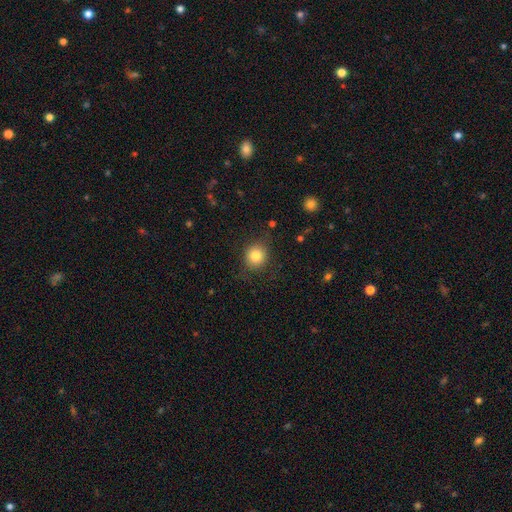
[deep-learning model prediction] smooth_or_featured: smooth (p=0.81) [alt: star or artifact p=0.11]
how_rounded: round (p=0.83) [alt: in between p=0.16]
merging: none (p=0.81) [alt: minor disturbance p=0.13]